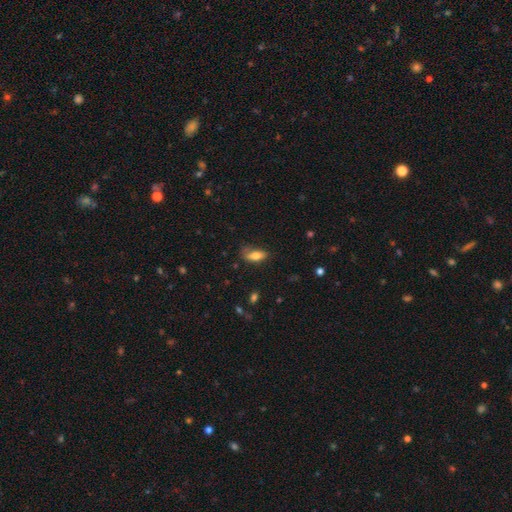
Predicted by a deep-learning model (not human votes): smooth_or_featured: smooth (p=0.75) [alt: featured or disk p=0.17]
how_rounded: in between (p=0.74) [alt: cigar-shaped p=0.23]
merging: none (p=0.60) [alt: minor disturbance p=0.29]